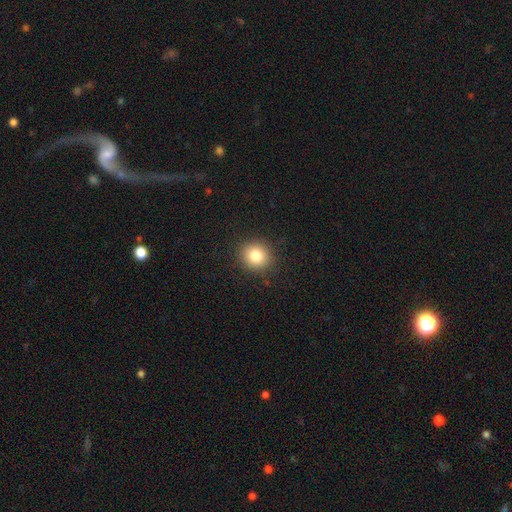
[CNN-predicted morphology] smooth_or_featured: smooth (p=0.82) [alt: star or artifact p=0.11]
how_rounded: round (p=0.85) [alt: in between p=0.14]
merging: none (p=0.90) [alt: minor disturbance p=0.07]